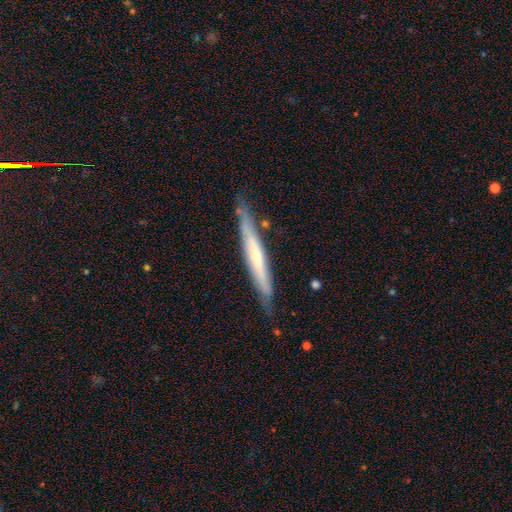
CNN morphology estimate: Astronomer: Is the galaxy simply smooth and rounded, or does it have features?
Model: featured or disk — 55% (runner-up: smooth, 39%).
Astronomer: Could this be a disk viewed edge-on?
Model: yes — 90%.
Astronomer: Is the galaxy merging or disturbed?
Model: none — 79%.